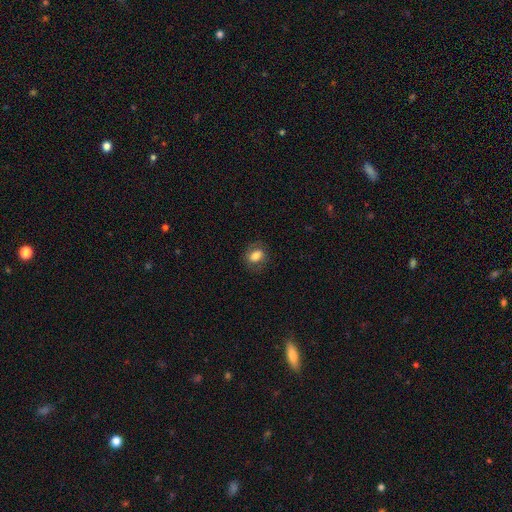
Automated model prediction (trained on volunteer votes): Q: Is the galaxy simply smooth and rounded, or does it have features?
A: smooth — 74%.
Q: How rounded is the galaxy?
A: in between — 65%.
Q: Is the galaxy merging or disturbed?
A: none — 77%.